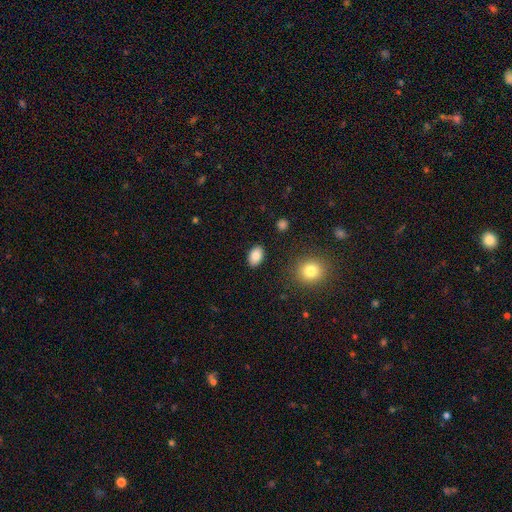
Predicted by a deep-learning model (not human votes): A smooth galaxy with no disk features (85%) that is in between round and cigar-shaped (87%).

Vote fractions:
- Smooth or featured? smooth: 85% / star or artifact: 8% / featured or disk: 7%
- How rounded? in between: 87% / round: 12% / cigar-shaped: 1%
- Merging? none: 87% / minor disturbance: 9% / major disturbance: 2% / merger: 2%